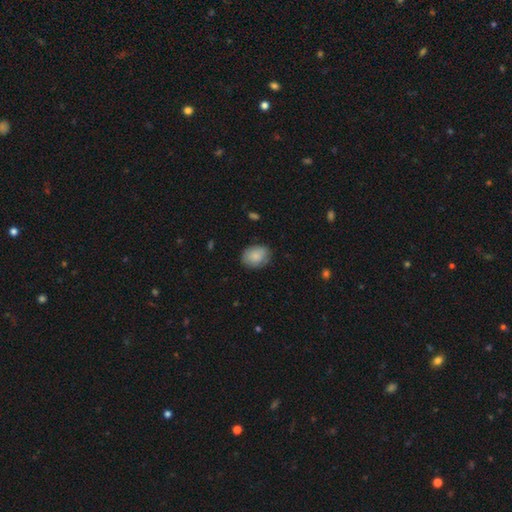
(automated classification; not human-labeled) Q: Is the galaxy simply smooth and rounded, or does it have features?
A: smooth — 82%.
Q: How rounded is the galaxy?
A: in between — 63%.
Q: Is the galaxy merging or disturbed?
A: none — 80%.